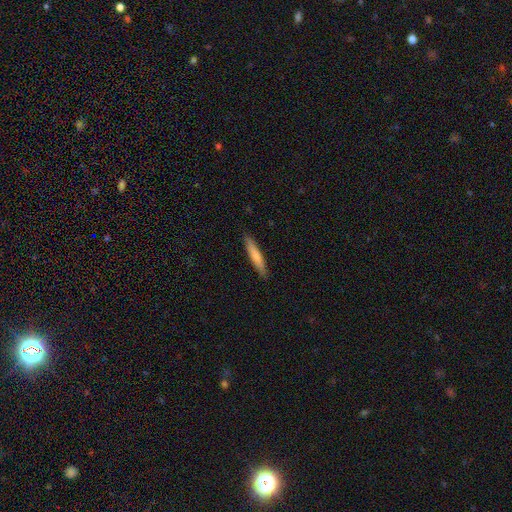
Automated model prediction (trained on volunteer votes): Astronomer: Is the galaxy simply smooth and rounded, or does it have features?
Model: smooth — 72%.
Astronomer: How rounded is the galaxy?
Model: cigar-shaped — 92%.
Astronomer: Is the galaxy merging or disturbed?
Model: none — 88%.